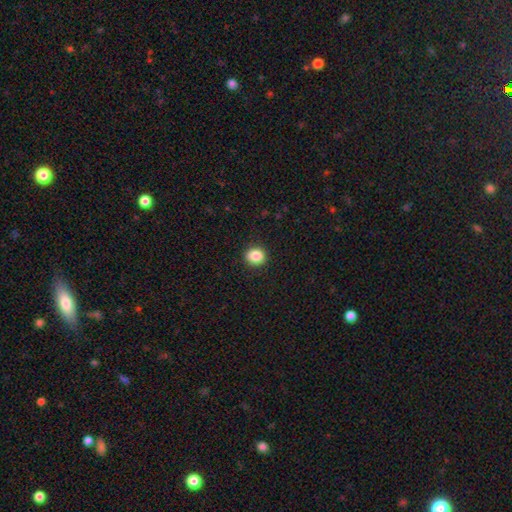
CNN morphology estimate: smooth 87%, star or artifact 10%, featured or disk 4%. Down the decision tree: how rounded — round (76%); merging — none (90%).